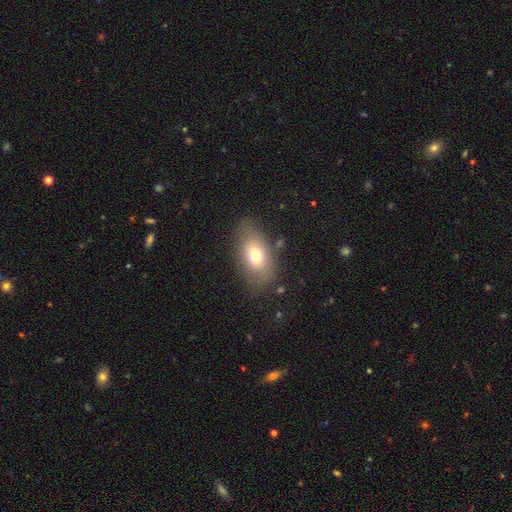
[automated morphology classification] Smooth or featured: smooth — 71% (featured or disk — 20%)
How rounded: in between — 88% (round — 10%)
Merging: none — 76% (minor disturbance — 16%)